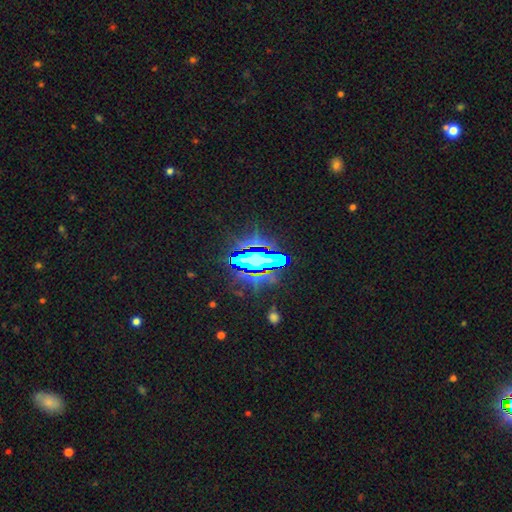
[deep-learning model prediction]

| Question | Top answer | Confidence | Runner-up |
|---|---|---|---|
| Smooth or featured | star or artifact | 75% | smooth (14%) |